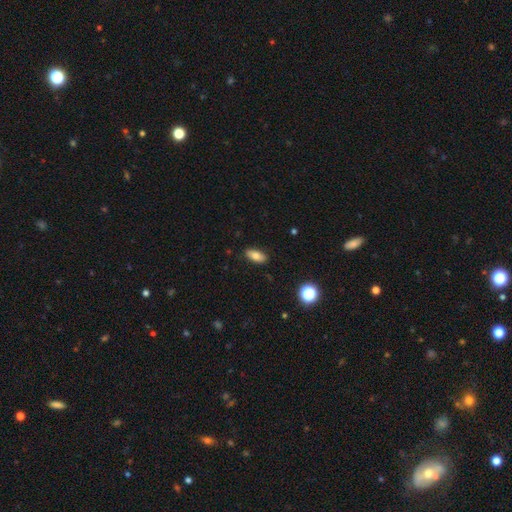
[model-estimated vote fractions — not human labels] The model was most divided on "smooth or featured": smooth: 78%, featured or disk: 12%, star or artifact: 9%. More confident: merging — none (88%); how rounded — in between (87%).